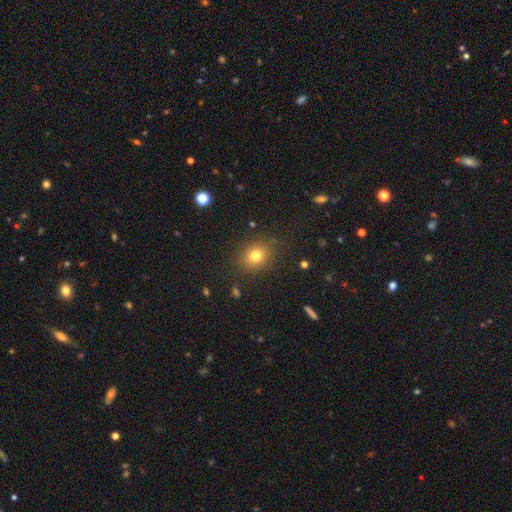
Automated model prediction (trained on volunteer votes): Smooth or featured? smooth (78%)
How rounded? round (59%)
Merging? none (85%)